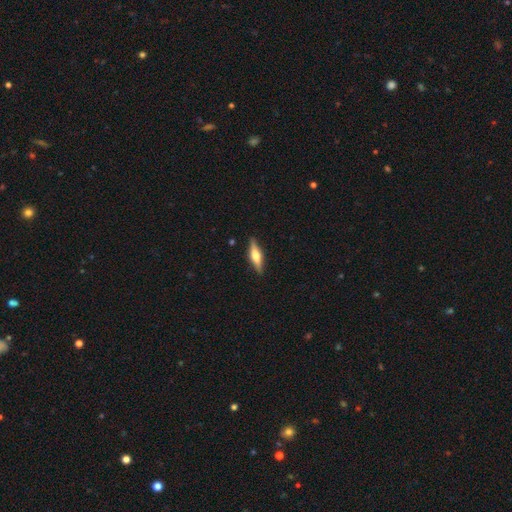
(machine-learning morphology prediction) Smooth or featured: featured or disk — 56% (smooth — 38%)
Edge-on disk: yes — 95% (no — 5%)
Edge-on bulge: rounded — 89% (boxy — 8%)
Merging: none — 89% (minor disturbance — 9%)